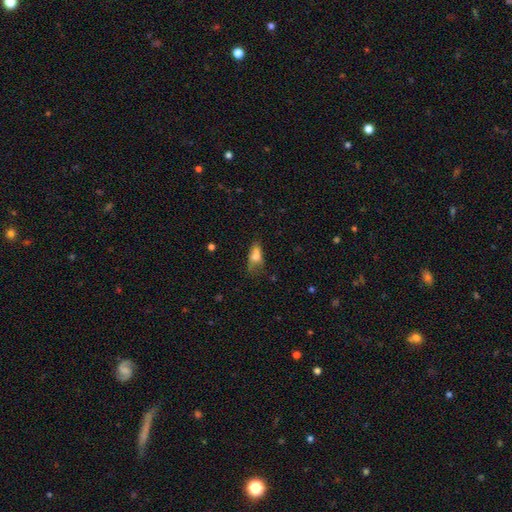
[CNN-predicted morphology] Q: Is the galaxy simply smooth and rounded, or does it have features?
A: smooth — 70%.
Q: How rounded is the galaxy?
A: in between — 80%.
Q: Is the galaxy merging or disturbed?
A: none — 39%.